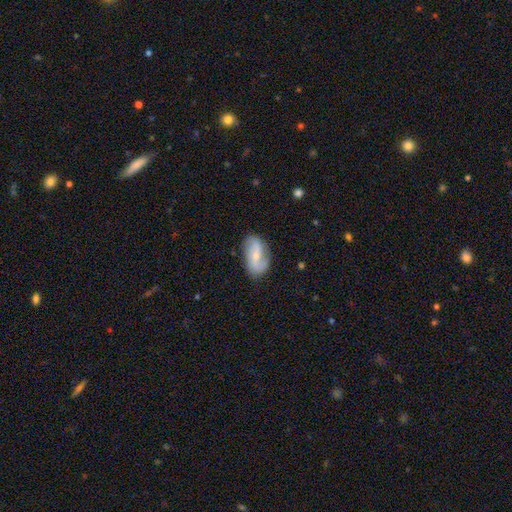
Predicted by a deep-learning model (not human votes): This appears to be a featured or disk galaxy (63%) with no bar (48%), 2 (84%) loose (52%) spiral arms (88%) and a small central bulge (64%). Merging: none (75%).